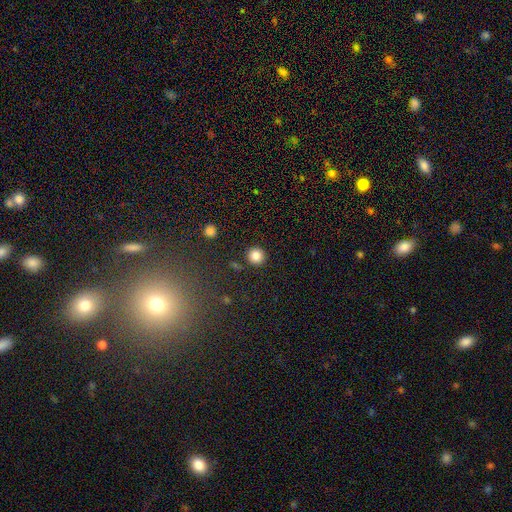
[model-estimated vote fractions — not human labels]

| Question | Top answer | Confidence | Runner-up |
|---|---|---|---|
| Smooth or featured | smooth | 85% | star or artifact (11%) |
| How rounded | round | 95% | in between (4%) |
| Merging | none | 90% | minor disturbance (6%) |